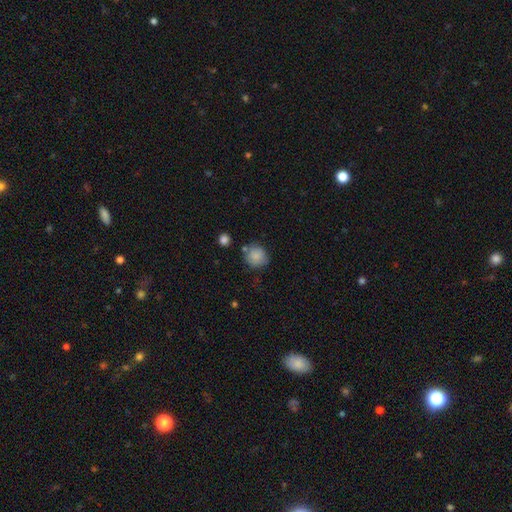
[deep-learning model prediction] Smooth or featured? Predicted: smooth (p=0.84). How rounded? Predicted: round (p=0.85). Merging? Predicted: none (p=0.71).